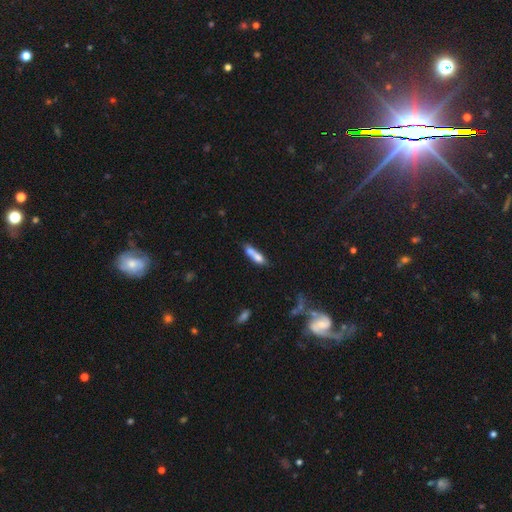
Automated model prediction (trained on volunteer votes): smooth_or_featured: smooth (p=0.65) [alt: featured or disk p=0.26]
how_rounded: cigar-shaped (p=0.61) [alt: in between p=0.36]
merging: merger (p=0.43) [alt: none p=0.32]